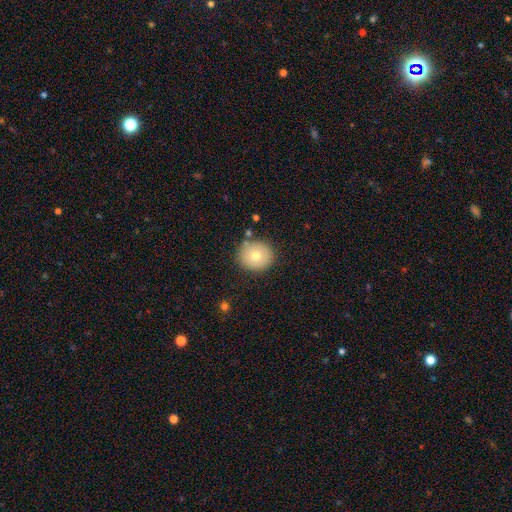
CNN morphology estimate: Smooth or featured?
  - smooth: 72% *
  - featured or disk: 18%
  - star or artifact: 10%
How rounded?
  - round: 83% *
  - in between: 16%
  - cigar-shaped: 1%
Merging?
  - none: 84% *
  - minor disturbance: 10%
  - merger: 4%
  - major disturbance: 3%